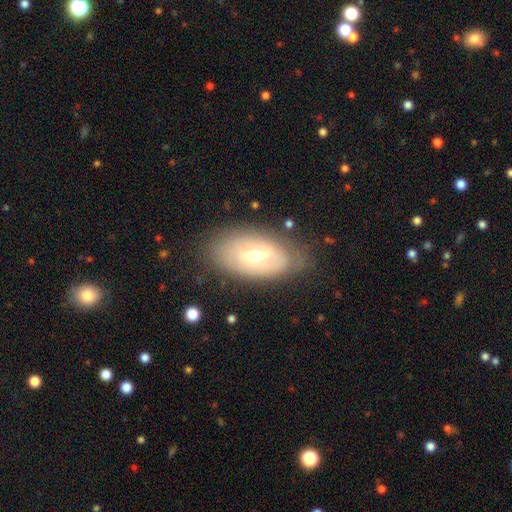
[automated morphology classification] type=featured or disk (62%); edge-on=no (88%); bar=weak (48%); spiral arms=no (54%); bulge=moderate (61%); merging=none (75%).